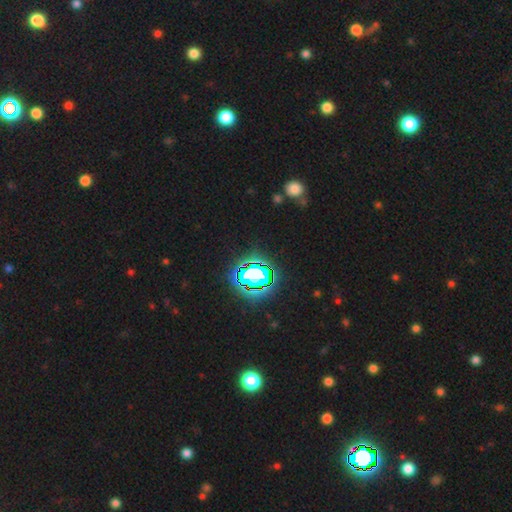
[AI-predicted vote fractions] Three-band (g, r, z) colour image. It shows a star or artifact, not a galaxy (80%).